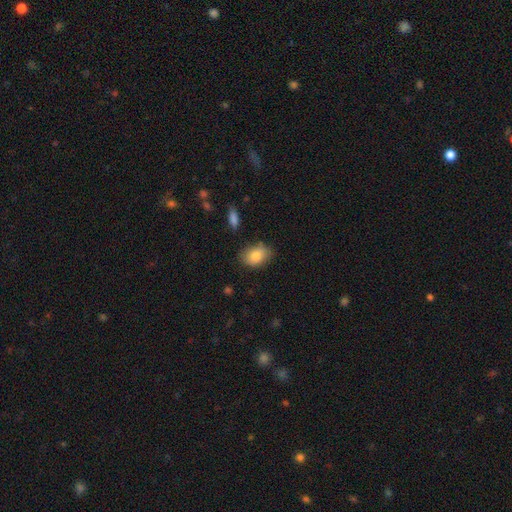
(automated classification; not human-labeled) Smooth or featured?
  - smooth: 83% *
  - featured or disk: 10%
  - star or artifact: 8%
How rounded?
  - in between: 78% *
  - round: 21%
  - cigar-shaped: 1%
Merging?
  - none: 72% *
  - minor disturbance: 21%
  - major disturbance: 4%
  - merger: 3%